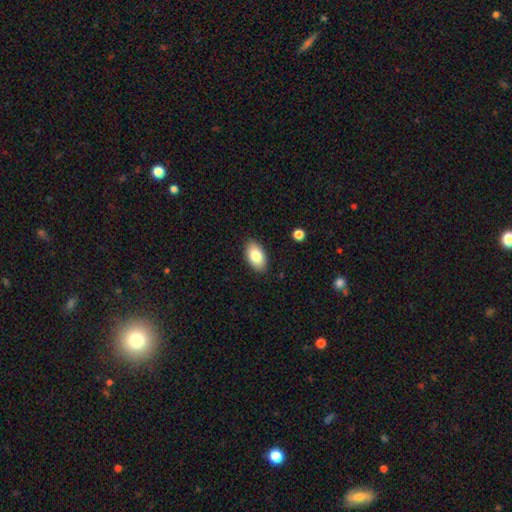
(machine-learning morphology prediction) smooth_or_featured: smooth (p=0.82) [alt: featured or disk p=0.11]
how_rounded: in between (p=0.94) [alt: round p=0.04]
merging: none (p=0.88) [alt: minor disturbance p=0.09]